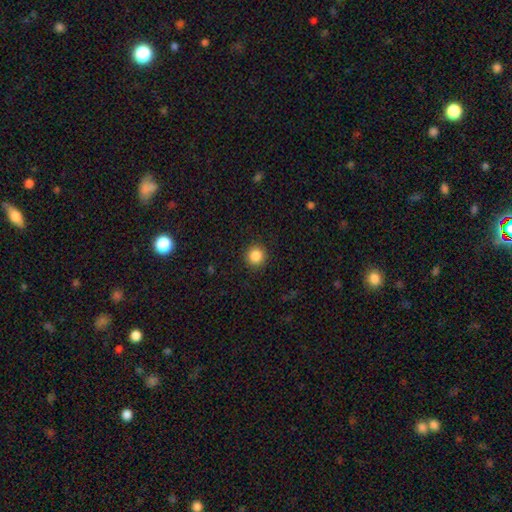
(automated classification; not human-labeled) Smooth or featured?
  - smooth: 86% *
  - star or artifact: 10%
  - featured or disk: 4%
How rounded?
  - round: 95% *
  - in between: 4%
  - cigar-shaped: 1%
Merging?
  - none: 92% *
  - minor disturbance: 5%
  - major disturbance: 2%
  - merger: 1%